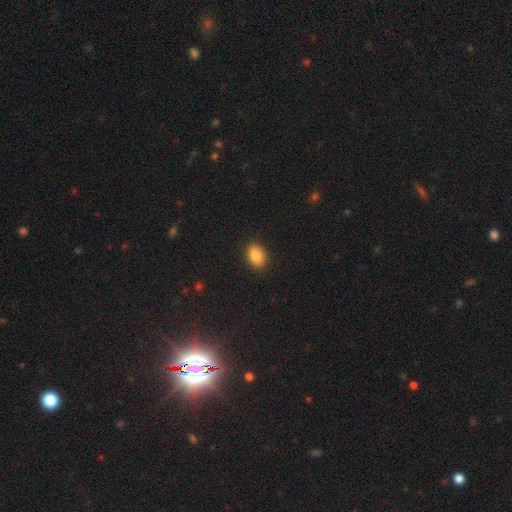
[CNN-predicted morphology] Smooth or featured? Predicted: smooth (p=0.87). How rounded? Predicted: in between (p=0.84). Merging? Predicted: none (p=0.89).